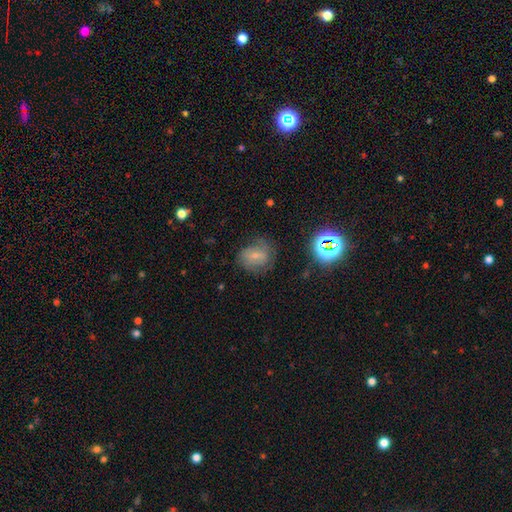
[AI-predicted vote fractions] The model was most divided on "smooth or featured": smooth: 53%, featured or disk: 30%, star or artifact: 17%. More confident: how rounded — round (63%); merging — none (60%).